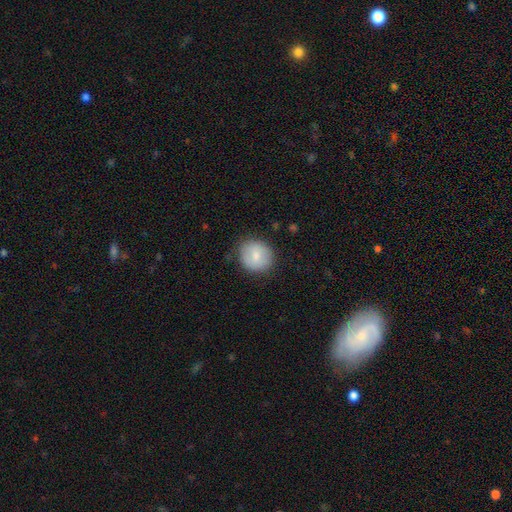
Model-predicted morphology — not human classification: Smooth or featured: smooth — 76% (featured or disk — 18%)
How rounded: round — 85% (in between — 14%)
Merging: none — 81% (minor disturbance — 14%)